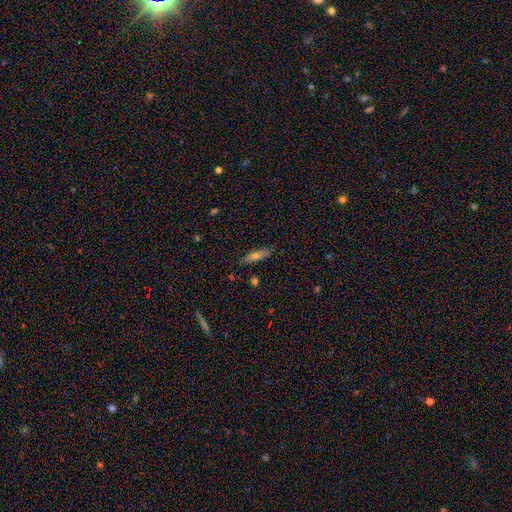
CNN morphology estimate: Smooth or featured: smooth — 58% (featured or disk — 33%)
How rounded: cigar-shaped — 62% (in between — 35%)
Merging: none — 85% (minor disturbance — 12%)